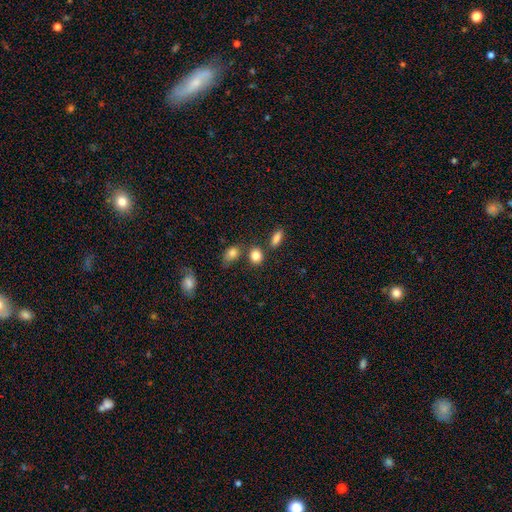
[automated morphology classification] This appears to be a smooth galaxy with no disk features (84%) that is round (63%). Merging: none (68%).